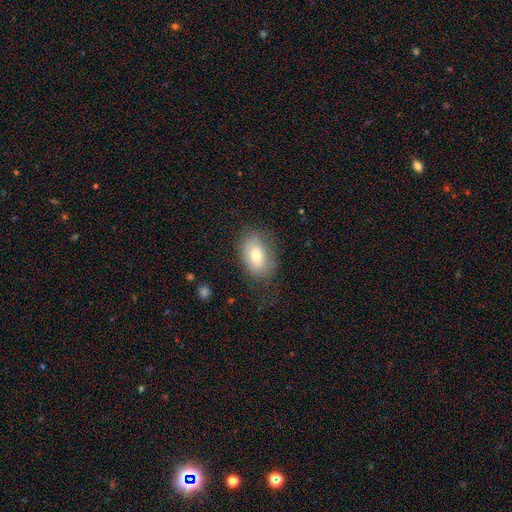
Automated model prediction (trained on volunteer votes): Smooth or featured? Predicted: smooth (p=0.71). How rounded? Predicted: in between (p=0.87). Merging? Predicted: none (p=0.69).